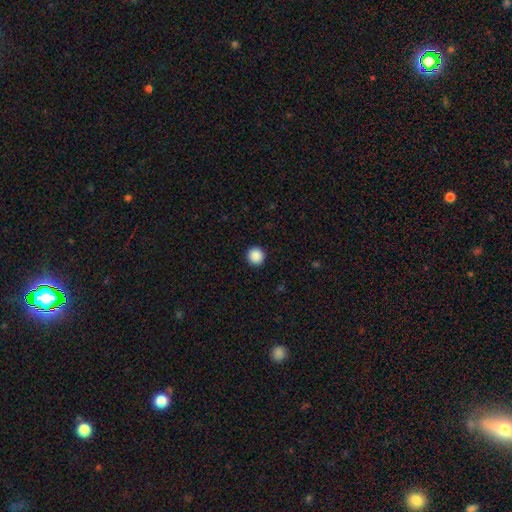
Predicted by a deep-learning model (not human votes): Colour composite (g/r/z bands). It shows a smooth galaxy with no disk features (89%) that is round (96%). Merging: none (93%).